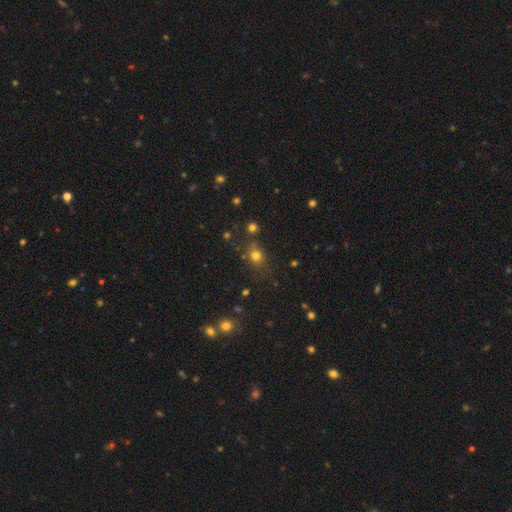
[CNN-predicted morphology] smooth 73%, star or artifact 19%, featured or disk 8%. Down the decision tree: how rounded — round (65%); merging — none (73%).